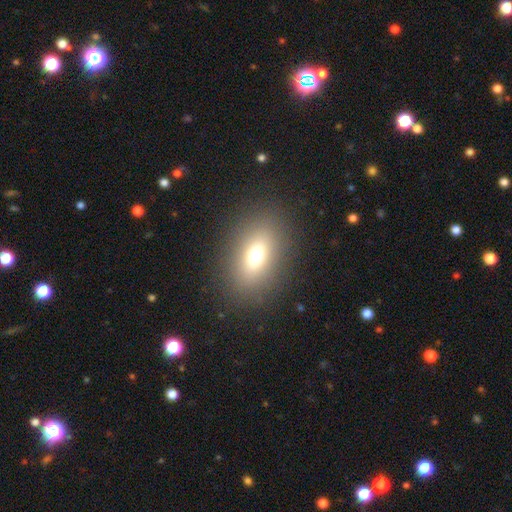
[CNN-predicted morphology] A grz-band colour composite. It shows a smooth galaxy with no disk features (68%) that is in between round and cigar-shaped (72%). Merging: none (86%).